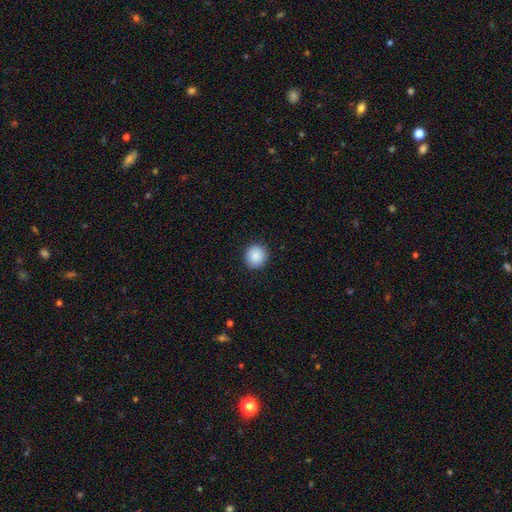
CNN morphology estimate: type=smooth (89%); roundness=round (92%); merging=none (92%).